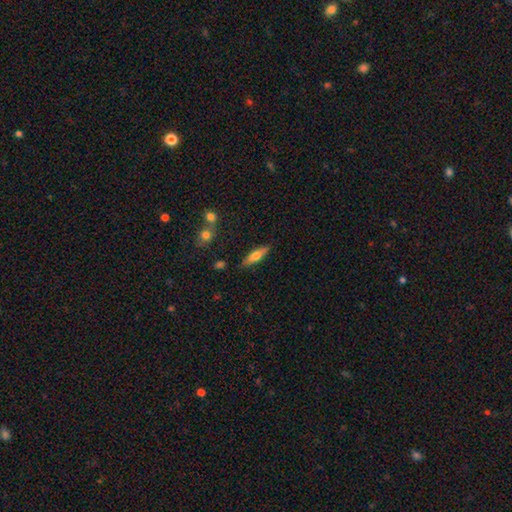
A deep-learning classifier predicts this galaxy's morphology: Smooth or featured? smooth (54%)
How rounded? cigar-shaped (66%)
Merging? none (85%)